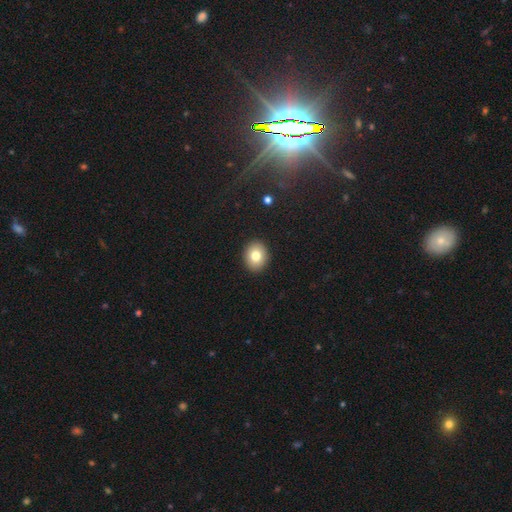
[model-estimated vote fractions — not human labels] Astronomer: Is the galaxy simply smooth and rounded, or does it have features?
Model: smooth — 79%.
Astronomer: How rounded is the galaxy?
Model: round — 61% (runner-up: in between, 38%).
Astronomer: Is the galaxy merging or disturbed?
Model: none — 91%.